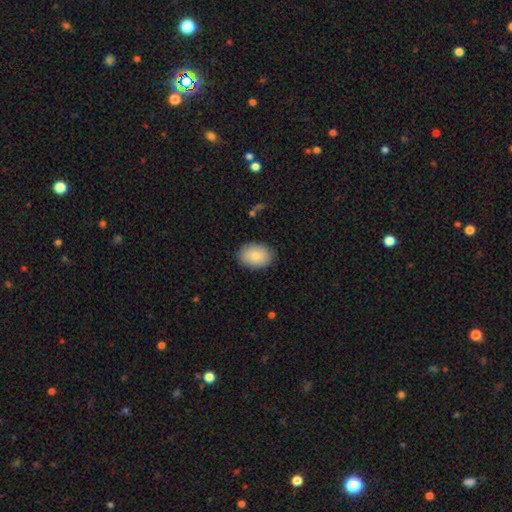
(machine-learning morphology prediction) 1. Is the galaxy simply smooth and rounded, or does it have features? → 84% smooth, 9% featured or disk, 7% star or artifact.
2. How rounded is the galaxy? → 82% in between, 17% round, 1% cigar-shaped.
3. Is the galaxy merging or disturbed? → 87% none, 9% minor disturbance, 2% major disturbance, 1% merger.